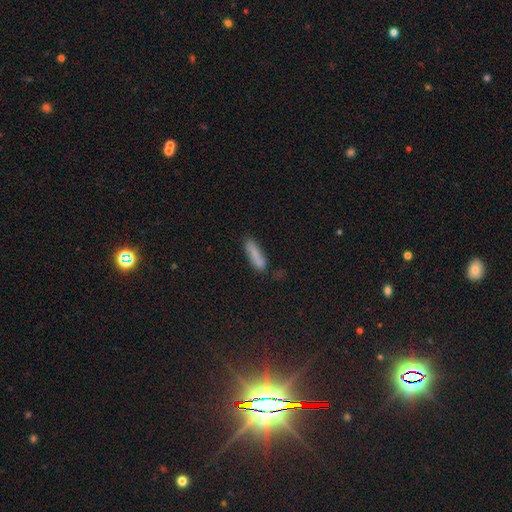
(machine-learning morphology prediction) smooth-or-featured: smooth: 78% | featured or disk: 13% | star or artifact: 8%
  how-rounded: cigar-shaped: 74% | in between: 23% | round: 2%
  merging: none: 69% | minor disturbance: 18% | merger: 7% | major disturbance: 5%